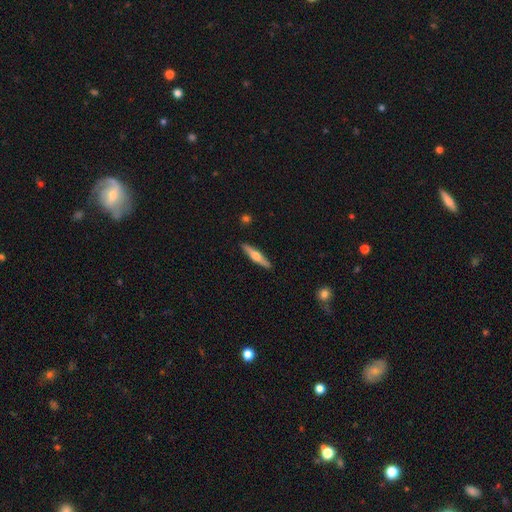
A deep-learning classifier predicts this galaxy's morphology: This is possibly a featured or disk galaxy (58%). It is clearly viewed edge-on (96%). Edge-on bulge: clearly rounded (93%). Merging: clearly none (90%).